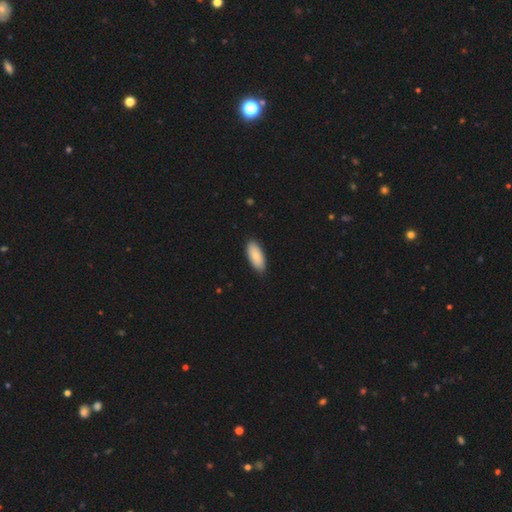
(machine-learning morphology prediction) The model was most divided on "how rounded": in between: 85%, cigar-shaped: 13%, round: 2%. More confident: smooth or featured — smooth (87%); merging — none (85%).